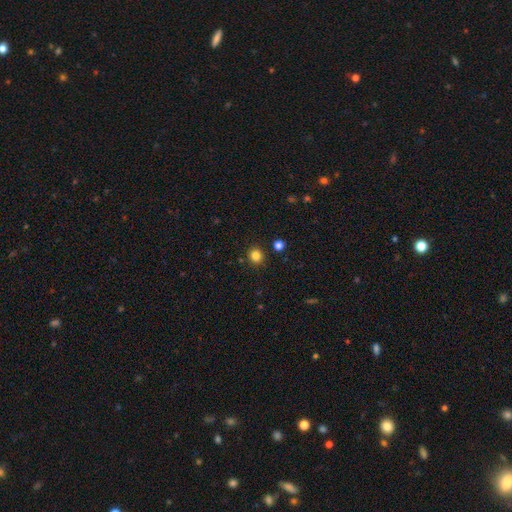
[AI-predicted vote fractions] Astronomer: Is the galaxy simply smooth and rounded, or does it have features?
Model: smooth — 83%.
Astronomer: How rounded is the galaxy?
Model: round — 87%.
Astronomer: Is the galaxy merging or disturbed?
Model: none — 89%.